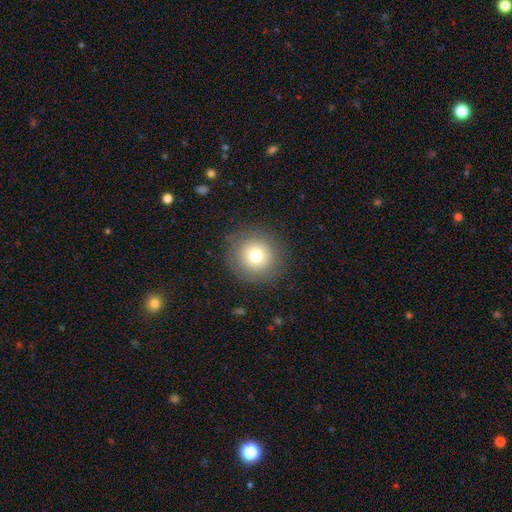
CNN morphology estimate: Smooth or featured?
  - smooth: 75% *
  - featured or disk: 13%
  - star or artifact: 12%
How rounded?
  - round: 94% *
  - in between: 5%
  - cigar-shaped: 1%
Merging?
  - none: 87% *
  - minor disturbance: 8%
  - major disturbance: 4%
  - merger: 1%